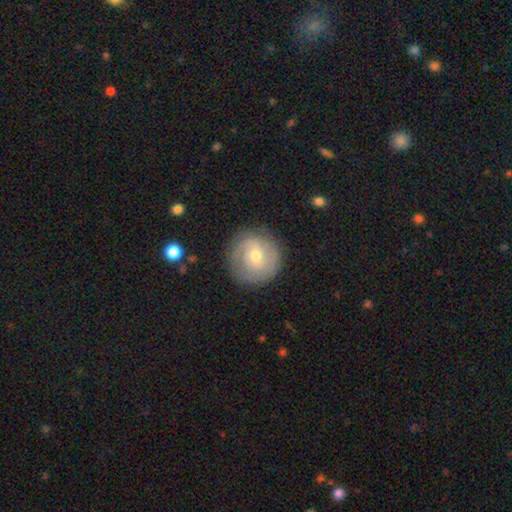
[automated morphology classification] A featured or disk galaxy (60%) with no bar (57%), spiral arms (78%) and a moderate central bulge (51%).

Vote fractions:
- Smooth or featured? featured or disk: 60% / smooth: 34% / star or artifact: 7%
- Edge-on disk? no: 97% / yes: 3%
- Bar? no: 57% / weak: 35% / strong: 8%
- Spiral arms? yes: 78% / no: 22%
- Bulge size? moderate: 51% / small: 45% / large: 2% / none: 1% / dominant: 1%
- Merging? none: 82% / minor disturbance: 12% / major disturbance: 5% / merger: 1%